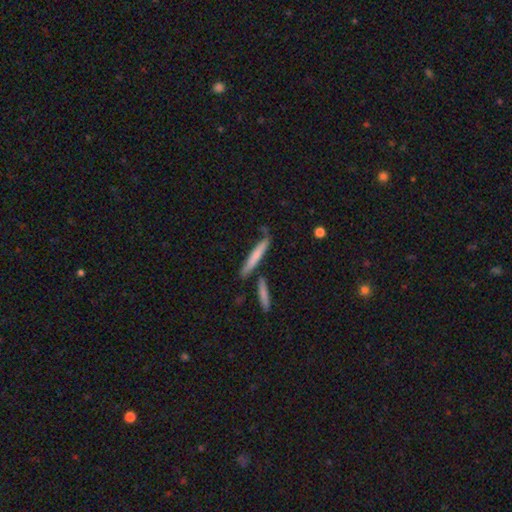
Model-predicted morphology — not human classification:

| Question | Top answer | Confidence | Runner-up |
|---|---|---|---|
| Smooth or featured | smooth | 65% | featured or disk (29%) |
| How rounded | cigar-shaped | 92% | in between (6%) |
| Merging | none | 73% | minor disturbance (14%) |